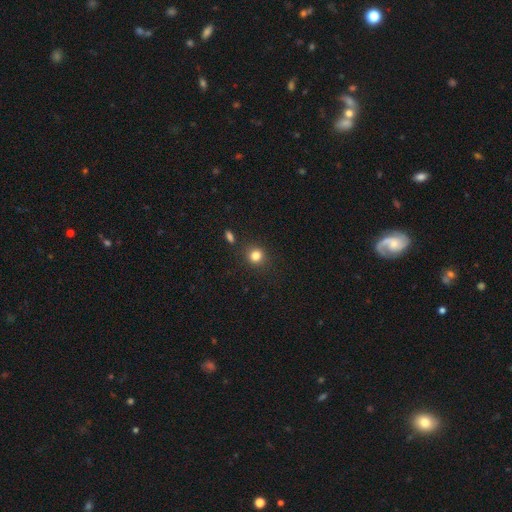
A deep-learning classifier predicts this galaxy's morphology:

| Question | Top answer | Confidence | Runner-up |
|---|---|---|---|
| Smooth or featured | smooth | 82% | star or artifact (13%) |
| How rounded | round | 87% | in between (12%) |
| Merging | none | 86% | minor disturbance (8%) |